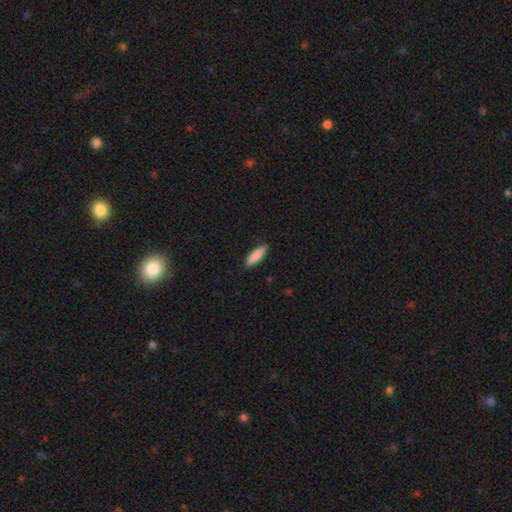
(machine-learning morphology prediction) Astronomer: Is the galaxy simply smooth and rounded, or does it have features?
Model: smooth — 88%.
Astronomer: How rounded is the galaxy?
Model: in between — 51% (runner-up: cigar-shaped, 48%).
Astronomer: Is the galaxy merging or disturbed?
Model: none — 84%.